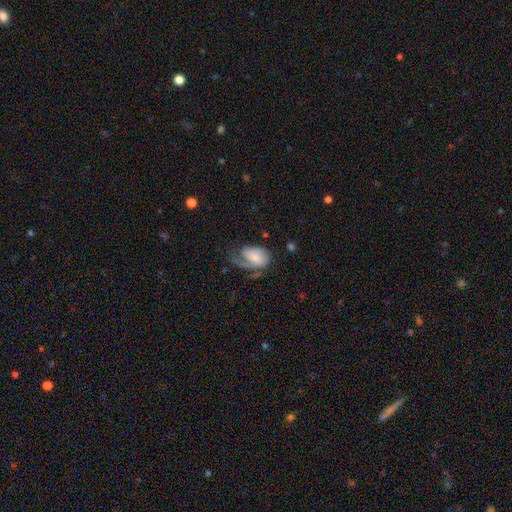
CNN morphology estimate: A featured or disk galaxy (54%) with no bar (55%), spiral arms (83%) and a small central bulge (40%). Merging: major disturbance (39%).